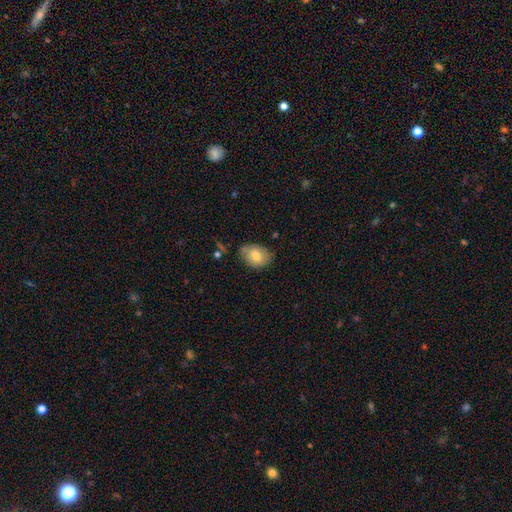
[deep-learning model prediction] A smooth galaxy with no disk features (76%) that is in between round and cigar-shaped (74%).

Vote fractions:
- Smooth or featured? smooth: 76% / featured or disk: 16% / star or artifact: 8%
- How rounded? in between: 74% / round: 25% / cigar-shaped: 1%
- Merging? none: 71% / minor disturbance: 22% / major disturbance: 4% / merger: 3%